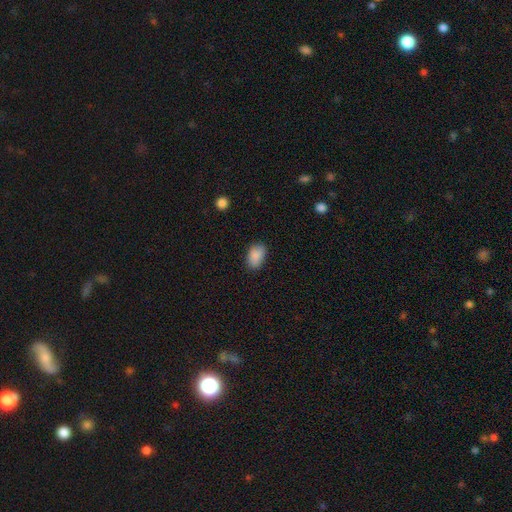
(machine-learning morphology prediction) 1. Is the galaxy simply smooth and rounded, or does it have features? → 88% smooth, 8% star or artifact, 4% featured or disk.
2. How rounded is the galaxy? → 88% in between, 11% round, 1% cigar-shaped.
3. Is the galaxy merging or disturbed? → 82% none, 14% minor disturbance, 3% major disturbance, 1% merger.